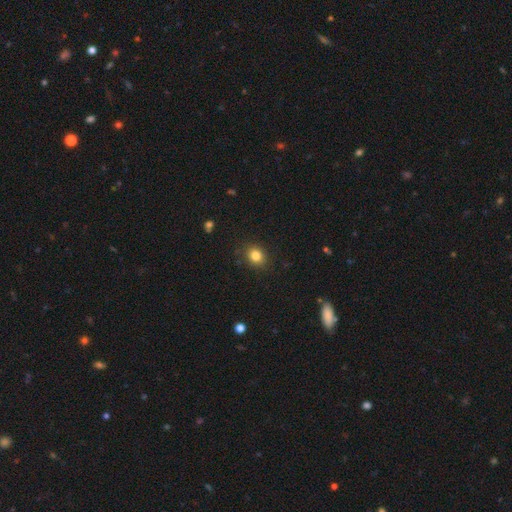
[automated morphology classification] A smooth galaxy with no disk features (83%) that is round (67%). Merging: none (88%).